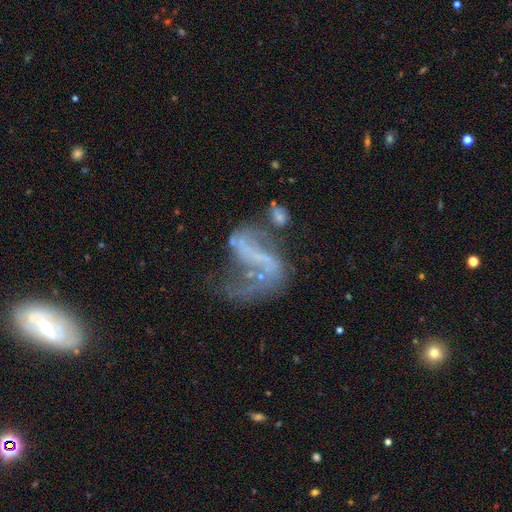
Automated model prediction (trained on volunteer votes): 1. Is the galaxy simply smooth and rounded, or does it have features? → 72% featured or disk, 14% smooth, 14% star or artifact.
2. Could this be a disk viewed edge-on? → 96% no, 4% yes.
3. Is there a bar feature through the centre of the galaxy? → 39% no, 33% strong, 27% weak.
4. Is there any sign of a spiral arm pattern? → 64% yes, 36% no.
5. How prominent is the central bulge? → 69% none, 23% small, 5% moderate, 2% large, 1% dominant.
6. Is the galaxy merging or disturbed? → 42% major disturbance, 25% none, 18% merger, 14% minor disturbance.